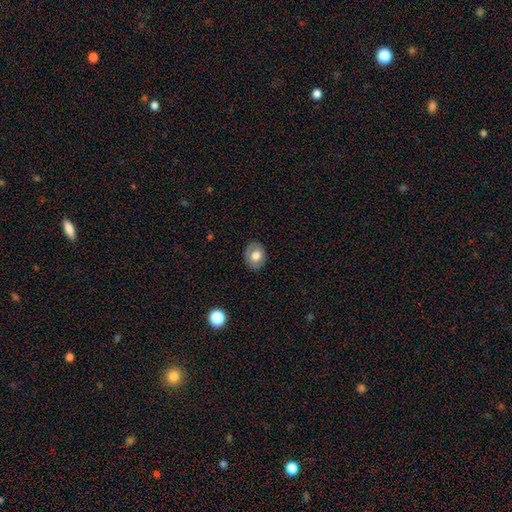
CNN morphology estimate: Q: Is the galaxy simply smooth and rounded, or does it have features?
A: smooth — 70%.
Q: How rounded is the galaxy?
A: in between — 51%.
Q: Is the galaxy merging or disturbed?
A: none — 83%.